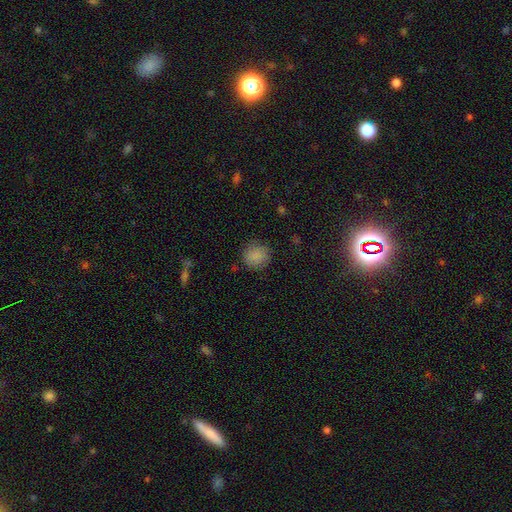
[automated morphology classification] This appears to be a smooth galaxy with no disk features (86%) that is round (87%). Merging: none (83%).